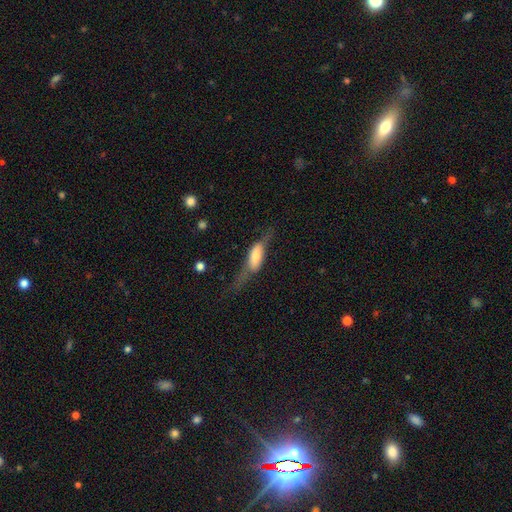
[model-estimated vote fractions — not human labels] Smooth or featured? Predicted: featured or disk (p=0.47). Merging? Predicted: none (p=0.37).